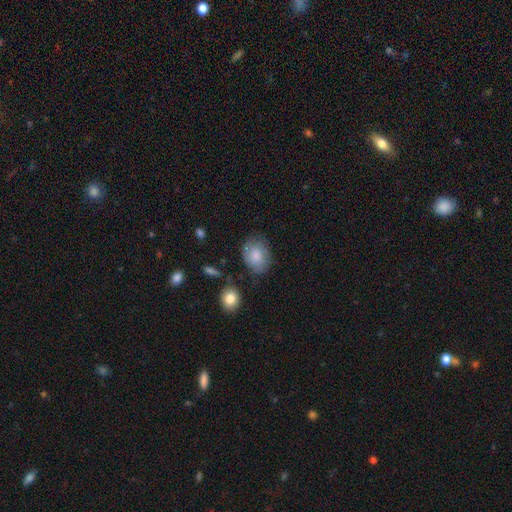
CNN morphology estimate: This is likely a smooth galaxy (71%). How rounded: possibly in between (55%). Merging: likely none (67%).